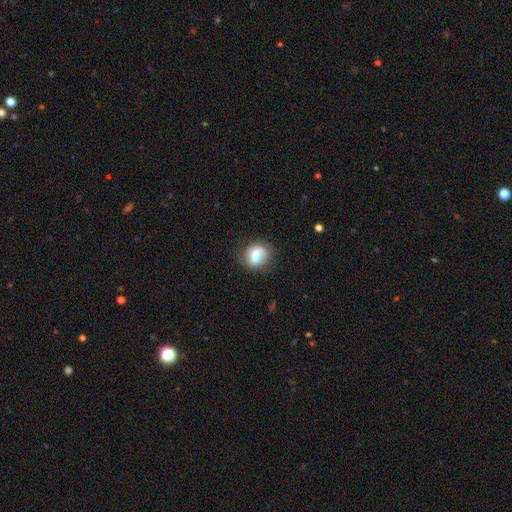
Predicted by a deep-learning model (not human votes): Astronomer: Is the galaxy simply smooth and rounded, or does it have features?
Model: smooth — 51% (runner-up: featured or disk, 40%).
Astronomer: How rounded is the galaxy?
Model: round — 65%.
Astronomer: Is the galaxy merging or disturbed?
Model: none — 64%.